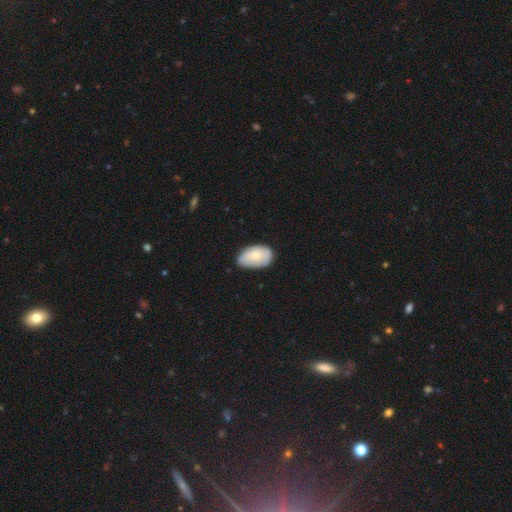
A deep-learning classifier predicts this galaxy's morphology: type=smooth (67%); roundness=in between (92%); merging=none (66%).